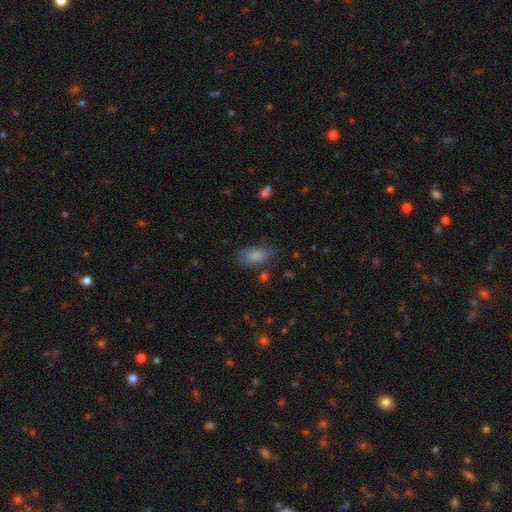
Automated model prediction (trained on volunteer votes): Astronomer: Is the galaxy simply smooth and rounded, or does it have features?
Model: smooth — 80%.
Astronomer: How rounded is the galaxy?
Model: in between — 90%.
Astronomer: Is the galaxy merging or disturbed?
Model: none — 61%.